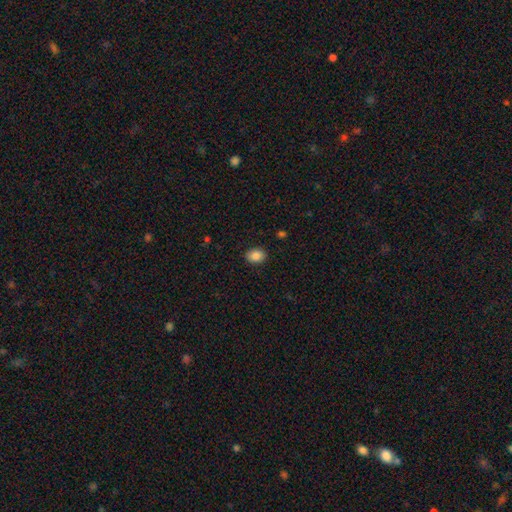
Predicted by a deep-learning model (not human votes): A smooth galaxy with no disk features (86%) that is in between round and cigar-shaped (63%).

Vote fractions:
- Smooth or featured? smooth: 86% / star or artifact: 9% / featured or disk: 5%
- How rounded? in between: 63% / round: 36% / cigar-shaped: 1%
- Merging? none: 89% / minor disturbance: 8% / major disturbance: 2% / merger: 1%